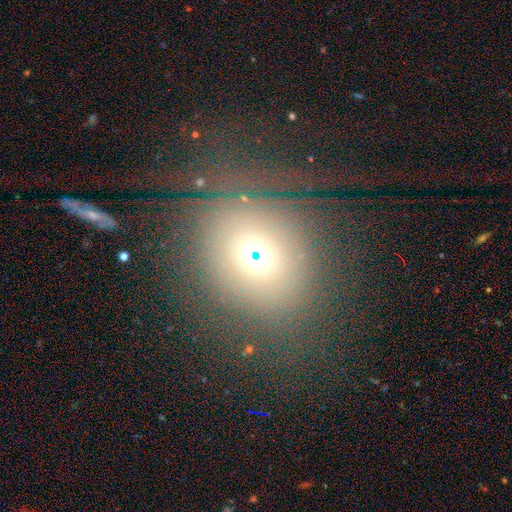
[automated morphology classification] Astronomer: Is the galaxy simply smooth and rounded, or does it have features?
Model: smooth — 54%.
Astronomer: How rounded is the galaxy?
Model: round — 68%.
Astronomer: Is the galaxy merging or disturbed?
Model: none — 62%.